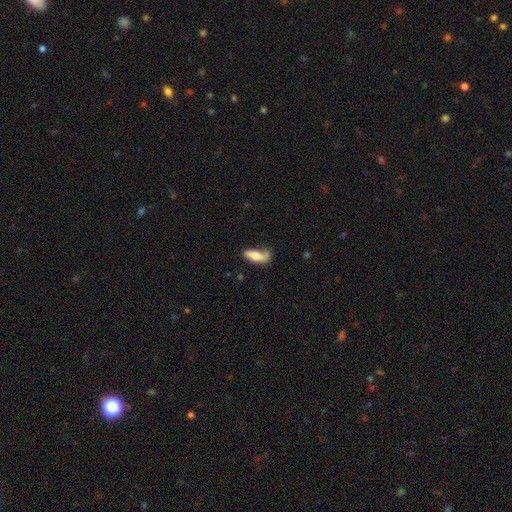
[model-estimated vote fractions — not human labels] Morphology: type=smooth (71%); roundness=in between (71%); merging=none (48%).